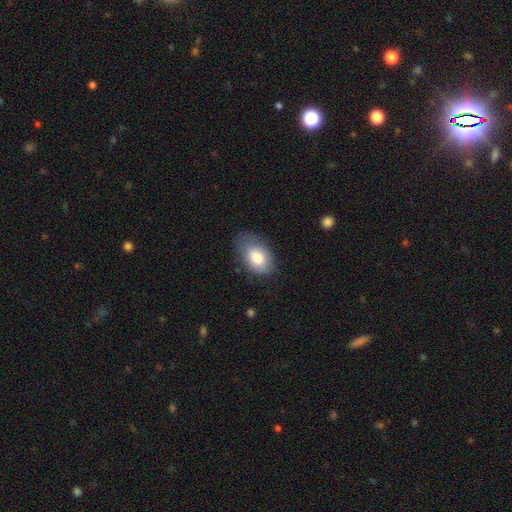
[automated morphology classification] Overall: smooth (78%). How rounded: in between (90%). Merging: none (64%; minor disturbance 27%).